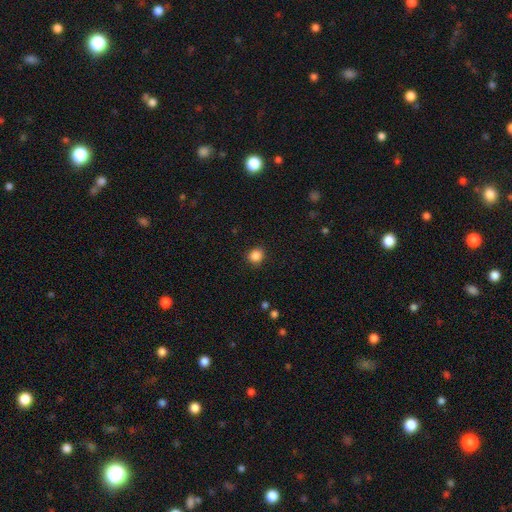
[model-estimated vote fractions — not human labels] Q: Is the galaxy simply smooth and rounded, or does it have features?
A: smooth — 86%.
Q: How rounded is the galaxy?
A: round — 77%.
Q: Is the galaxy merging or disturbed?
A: none — 88%.